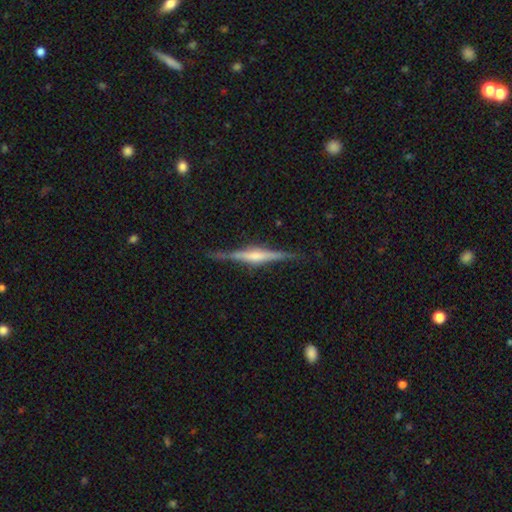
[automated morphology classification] A featured or disk galaxy (81%) viewed edge-on (98%) with a rounded central bulge (69%).

Vote fractions:
- Smooth or featured? featured or disk: 81% / smooth: 13% / star or artifact: 6%
- Edge-on disk? yes: 98% / no: 2%
- Edge-on bulge? rounded: 69% / boxy: 21% / none: 10%
- Merging? none: 87% / minor disturbance: 9% / major disturbance: 2% / merger: 1%